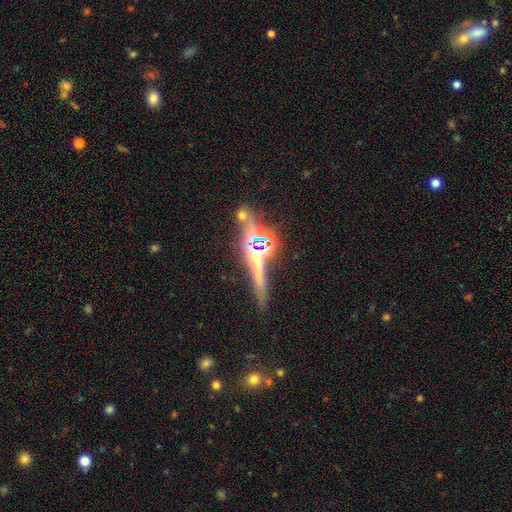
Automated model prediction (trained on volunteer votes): smooth-or-featured: star or artifact: 48% | featured or disk: 31% | smooth: 21%